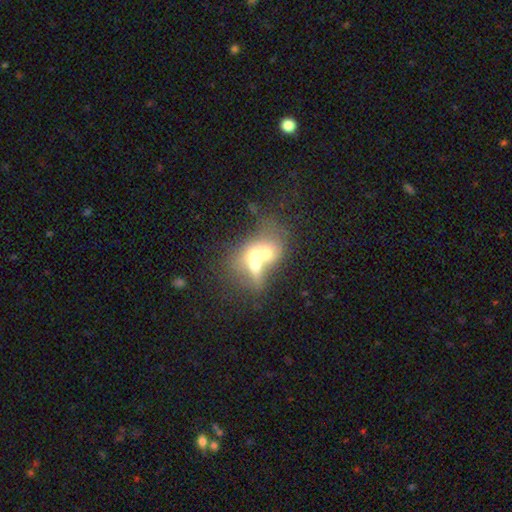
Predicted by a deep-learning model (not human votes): This is possibly a smooth galaxy (48%). Merging: likely merger (77%).